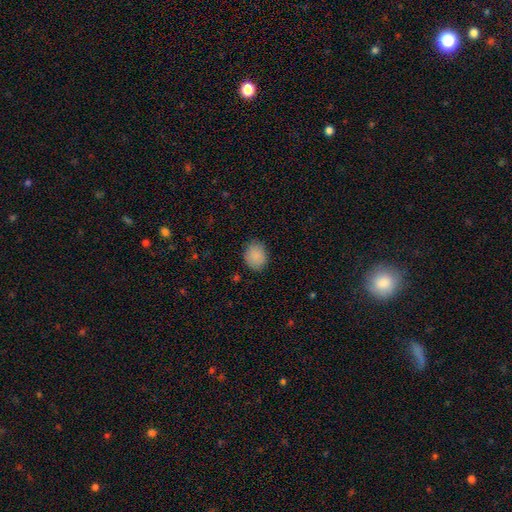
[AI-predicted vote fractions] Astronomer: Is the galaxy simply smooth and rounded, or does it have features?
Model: smooth — 88%.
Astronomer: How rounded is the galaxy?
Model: round — 55% (runner-up: in between, 44%).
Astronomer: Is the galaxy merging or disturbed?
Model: none — 84%.